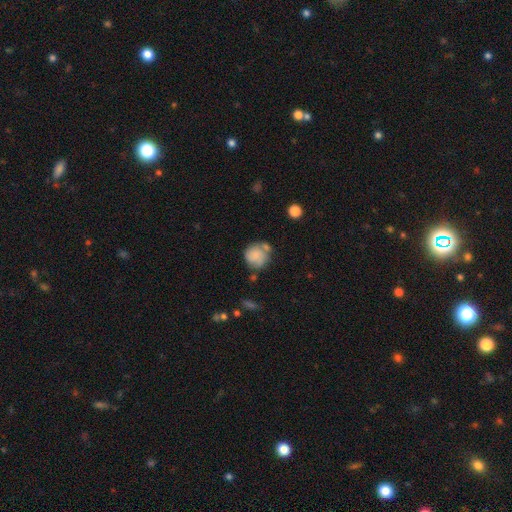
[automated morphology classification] type=smooth (77%); roundness=round (84%); merging=none (48%).